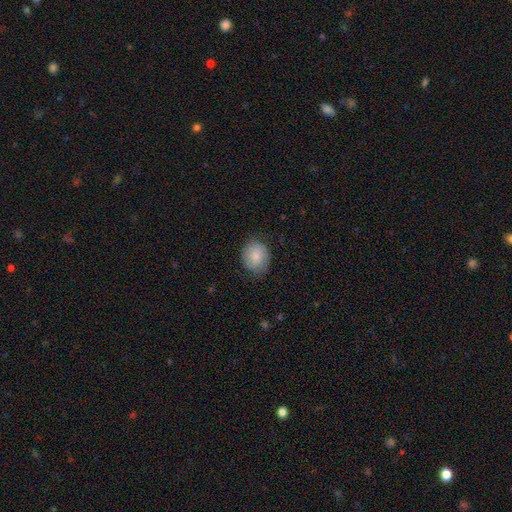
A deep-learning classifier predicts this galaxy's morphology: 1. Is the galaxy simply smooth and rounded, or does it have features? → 77% smooth, 17% featured or disk, 7% star or artifact.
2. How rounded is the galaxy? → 57% round, 42% in between, 1% cigar-shaped.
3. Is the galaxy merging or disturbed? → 76% none, 19% minor disturbance, 5% major disturbance, 1% merger.